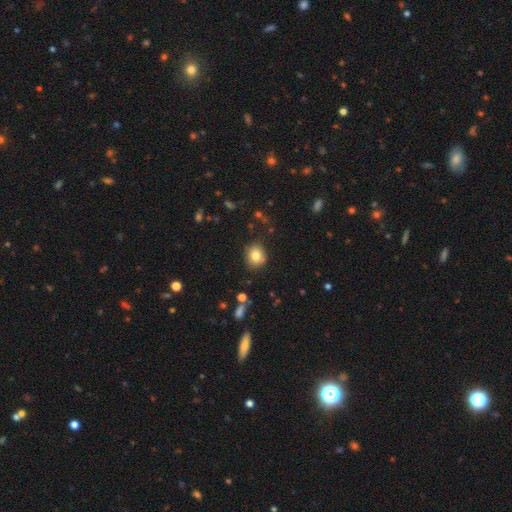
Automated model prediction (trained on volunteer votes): smooth 81%, star or artifact 11%, featured or disk 8%. Down the decision tree: how rounded — round (74%); merging — none (84%).